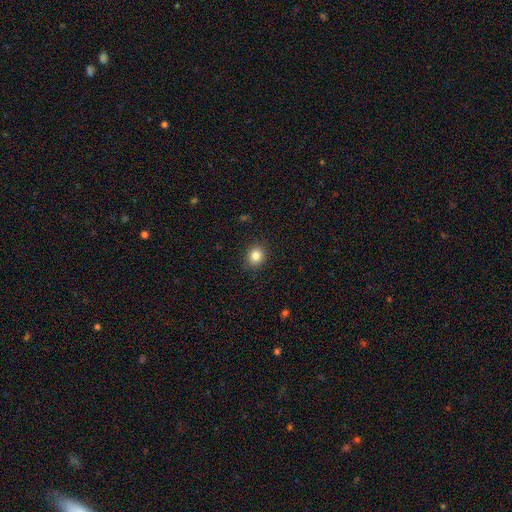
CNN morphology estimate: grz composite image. It shows a smooth galaxy with no disk features (83%) that is round (79%). Merging: none (90%).